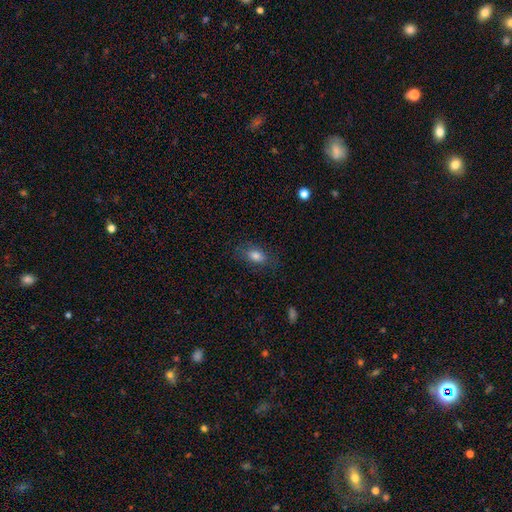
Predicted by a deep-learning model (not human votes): Smooth or featured: smooth — 78% (featured or disk — 11%)
How rounded: in between — 83% (round — 13%)
Merging: none — 77% (minor disturbance — 16%)